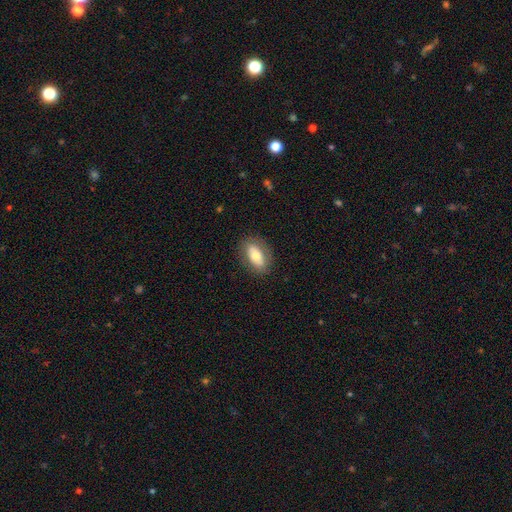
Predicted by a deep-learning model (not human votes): smooth_or_featured: smooth (p=0.66) [alt: featured or disk p=0.28]
how_rounded: in between (p=0.88) [alt: round p=0.07]
merging: none (p=0.83) [alt: minor disturbance p=0.12]